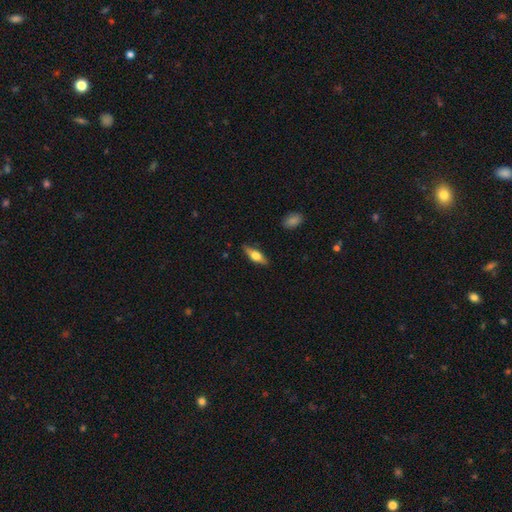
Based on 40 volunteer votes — featured or disk 68%, smooth 28%, star or artifact 5%. Down the decision tree: edge-on disk — yes (81%); edge-on bulge — rounded (77%); merging — none (79%).